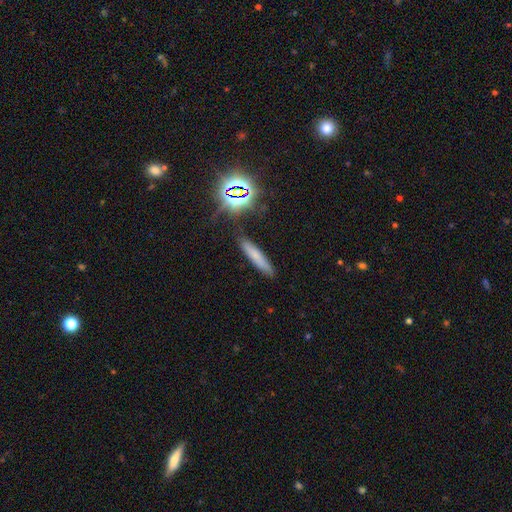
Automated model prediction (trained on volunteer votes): Smooth or featured?
  - smooth: 62% *
  - featured or disk: 19%
  - star or artifact: 19%
How rounded?
  - cigar-shaped: 88% *
  - in between: 9%
  - round: 3%
Merging?
  - none: 85% *
  - minor disturbance: 10%
  - major disturbance: 3%
  - merger: 2%